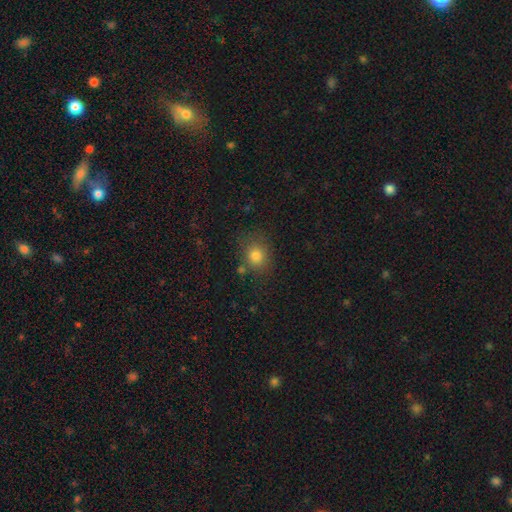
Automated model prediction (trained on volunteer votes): Q: Smooth or featured?
A: smooth (80%); runner-up: star or artifact (13%)
Q: How rounded?
A: round (63%); runner-up: in between (36%)
Q: Merging?
A: none (72%); runner-up: minor disturbance (16%)